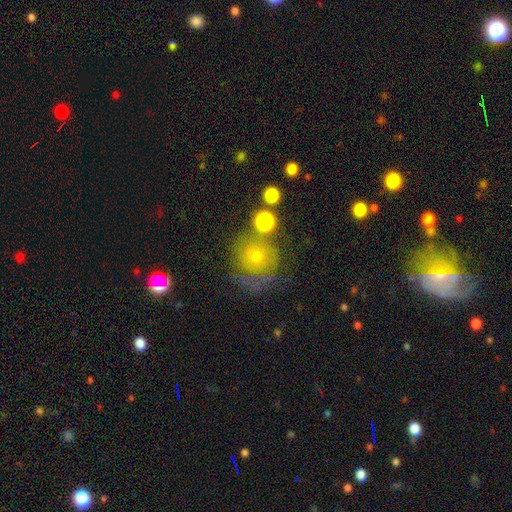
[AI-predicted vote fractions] smooth 44%, featured or disk 39%, star or artifact 18%. Down the decision tree: merging — none (57%).